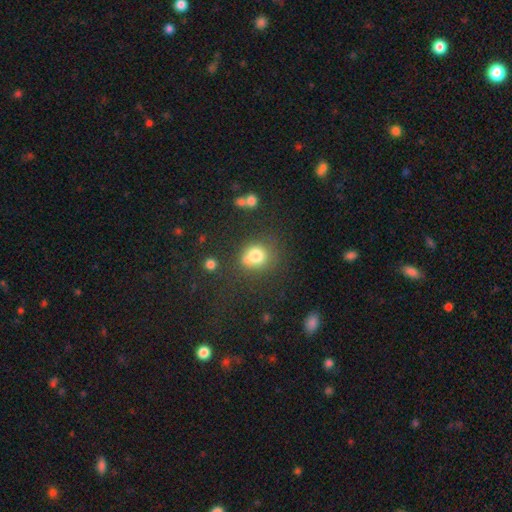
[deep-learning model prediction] Smooth or featured? Predicted: smooth (p=0.78). How rounded? Predicted: round (p=0.78). Merging? Predicted: none (p=0.53).